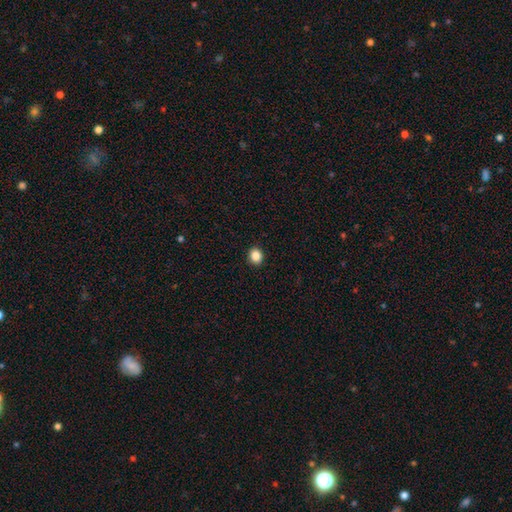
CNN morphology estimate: The model was most divided on "how rounded": round: 69%, in between: 30%, cigar-shaped: 1%. More confident: merging — none (92%); smooth or featured — smooth (87%).